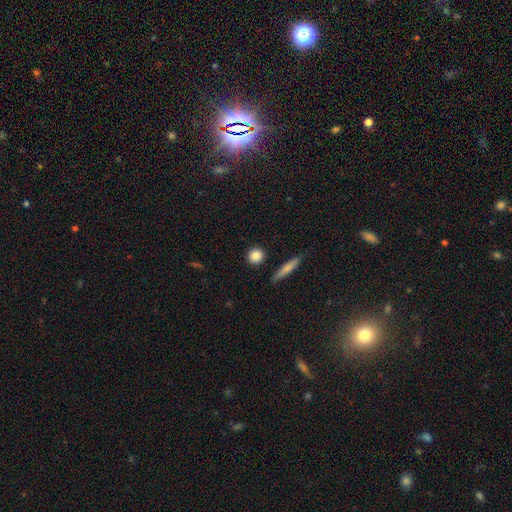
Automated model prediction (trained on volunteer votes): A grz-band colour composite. It shows a smooth galaxy with no disk features (86%) that is round (85%). Merging: none (88%).